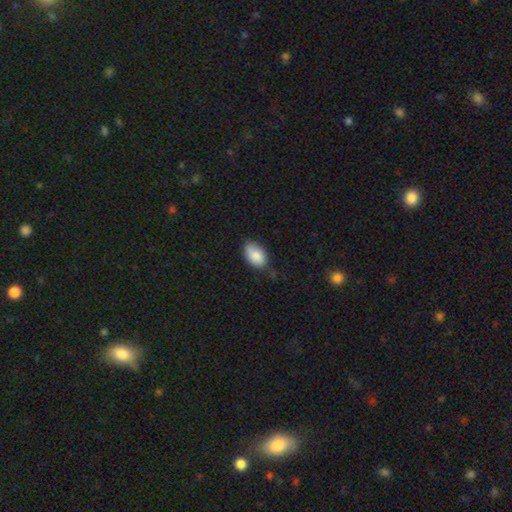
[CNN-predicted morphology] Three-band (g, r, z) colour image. It shows a smooth galaxy with no disk features (84%) that is in between round and cigar-shaped (91%). Merging: none (62%).